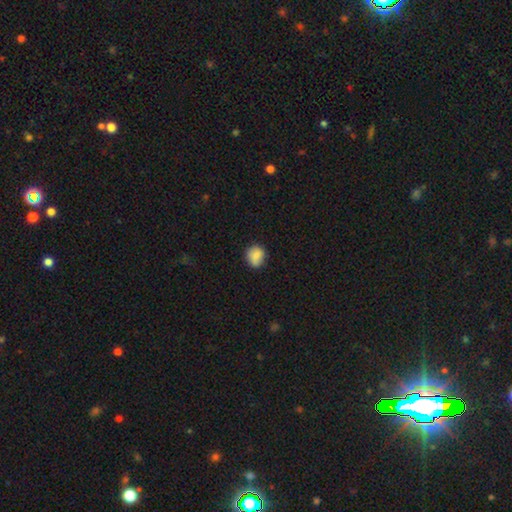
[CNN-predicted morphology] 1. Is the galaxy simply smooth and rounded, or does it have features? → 85% smooth, 8% star or artifact, 6% featured or disk.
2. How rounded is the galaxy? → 73% round, 26% in between, 1% cigar-shaped.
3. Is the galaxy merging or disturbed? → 76% none, 18% minor disturbance, 4% major disturbance, 2% merger.